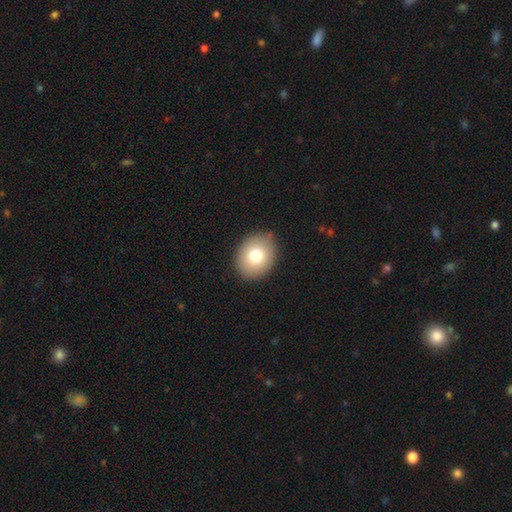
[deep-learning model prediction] A smooth galaxy with no disk features (77%) that is round (55%). Merging: none (87%).